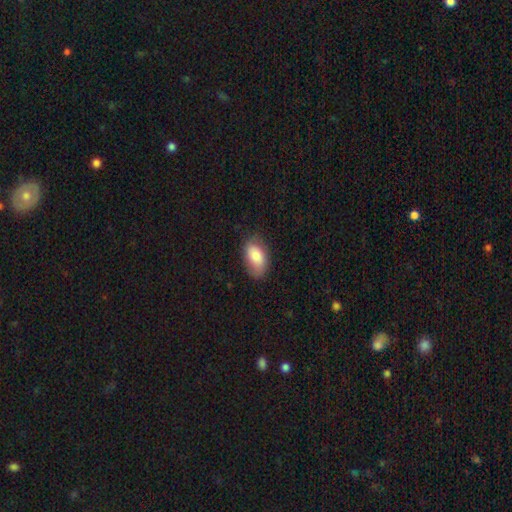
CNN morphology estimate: smooth 76%, featured or disk 17%, star or artifact 7%. Down the decision tree: how rounded — in between (93%); merging — none (74%).